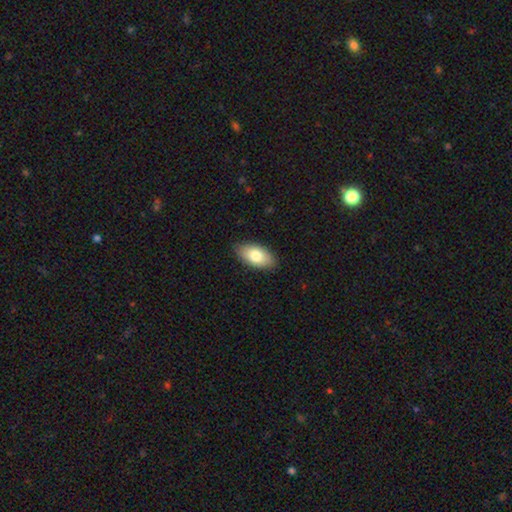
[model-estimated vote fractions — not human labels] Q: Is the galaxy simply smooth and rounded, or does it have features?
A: smooth — 79%.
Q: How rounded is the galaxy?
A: in between — 94%.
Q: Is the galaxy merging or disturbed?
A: none — 86%.